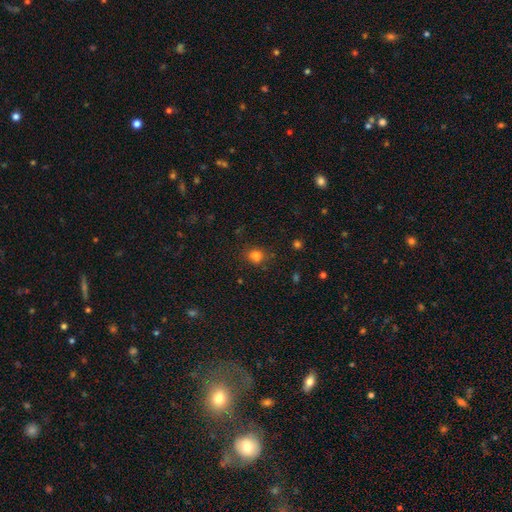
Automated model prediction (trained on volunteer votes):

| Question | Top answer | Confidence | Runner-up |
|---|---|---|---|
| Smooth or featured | smooth | 82% | star or artifact (14%) |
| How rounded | round | 80% | in between (19%) |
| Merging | none | 81% | minor disturbance (13%) |